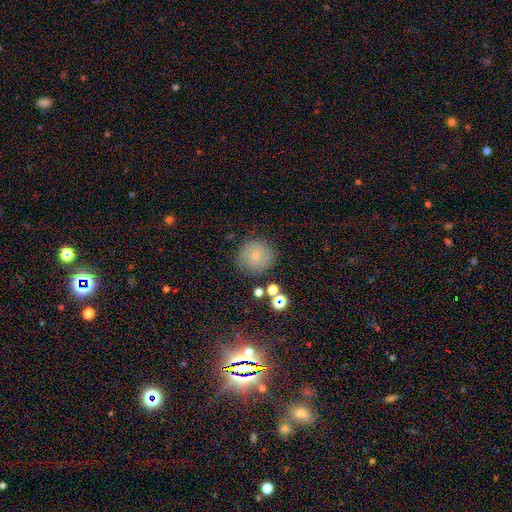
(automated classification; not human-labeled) smooth 64%, featured or disk 23%, star or artifact 12%. Down the decision tree: how rounded — round (91%); merging — none (77%).